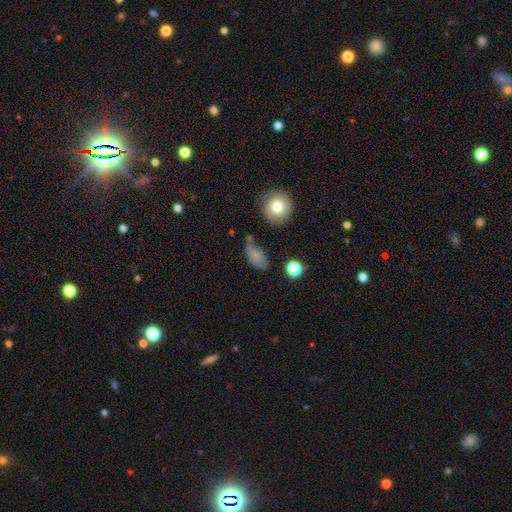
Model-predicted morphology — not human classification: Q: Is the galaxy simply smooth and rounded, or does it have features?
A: smooth — 73%.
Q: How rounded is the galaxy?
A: in between — 86%.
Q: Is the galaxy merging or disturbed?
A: none — 58%.